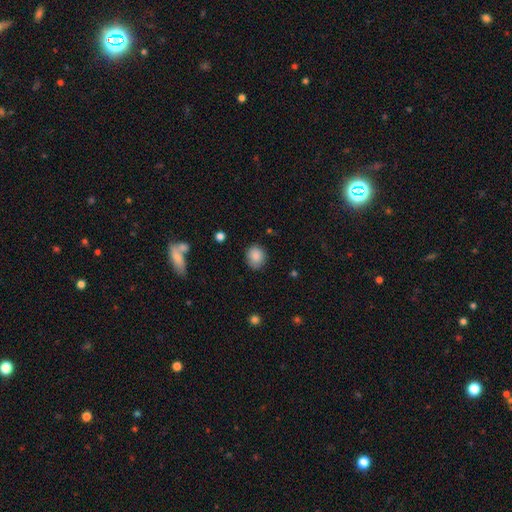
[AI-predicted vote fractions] Morphology: type=smooth (87%); roundness=round (72%); merging=none (83%).